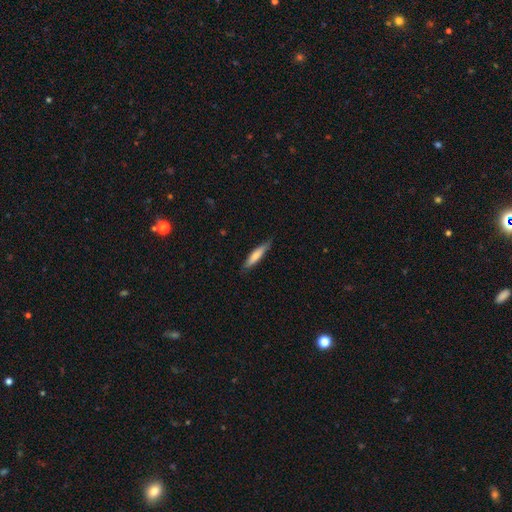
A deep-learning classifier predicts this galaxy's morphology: smooth-or-featured: smooth: 71% | featured or disk: 23% | star or artifact: 5%
  how-rounded: cigar-shaped: 84% | in between: 15% | round: 1%
  merging: none: 84% | minor disturbance: 13% | major disturbance: 2% | merger: 1%